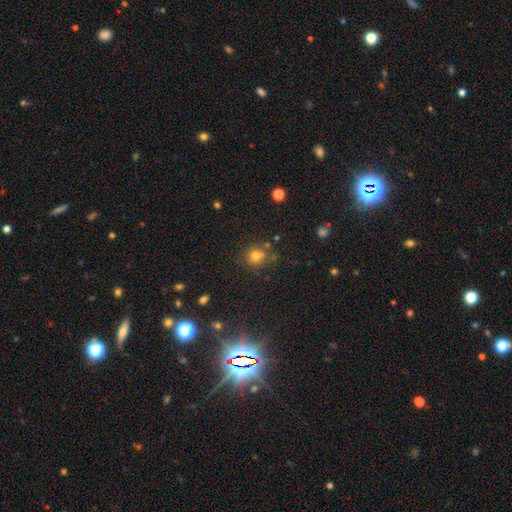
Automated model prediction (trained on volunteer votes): smooth 74%, star or artifact 17%, featured or disk 9%. Down the decision tree: how rounded — round (85%); merging — none (72%).